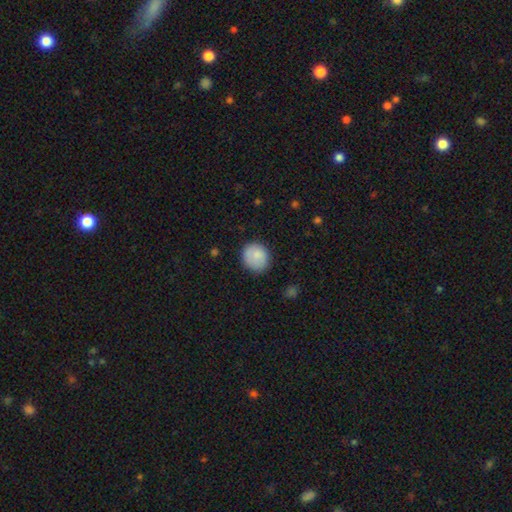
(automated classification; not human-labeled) A smooth galaxy with no disk features (83%) that is round (81%).

Vote fractions:
- Smooth or featured? smooth: 83% / featured or disk: 10% / star or artifact: 7%
- How rounded? round: 81% / in between: 18% / cigar-shaped: 1%
- Merging? none: 82% / minor disturbance: 14% / major disturbance: 3% / merger: 1%